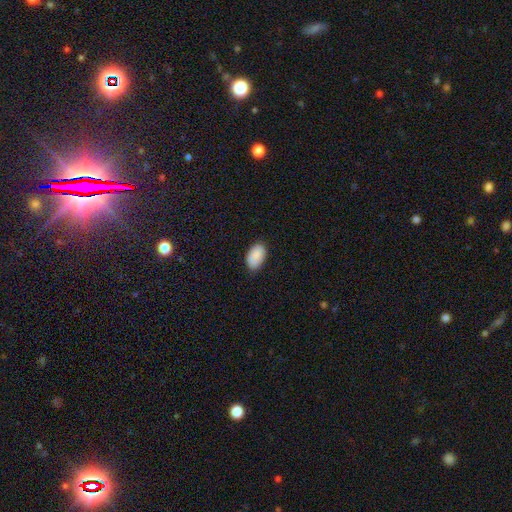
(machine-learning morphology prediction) Smooth or featured? Predicted: smooth (p=0.90). How rounded? Predicted: in between (p=0.94). Merging? Predicted: none (p=0.84).